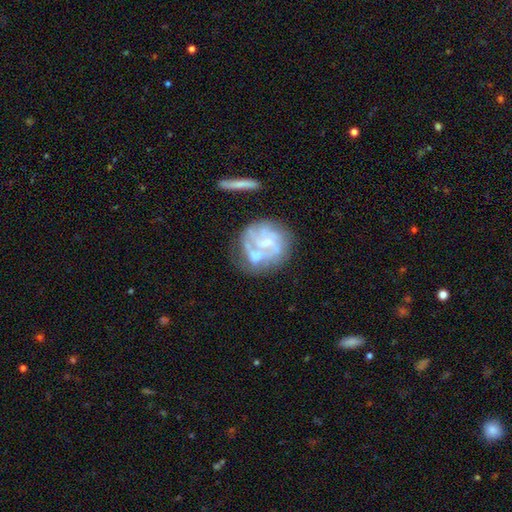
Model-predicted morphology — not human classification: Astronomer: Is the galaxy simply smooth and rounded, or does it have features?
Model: featured or disk — 75%.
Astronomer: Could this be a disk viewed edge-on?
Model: no — 98%.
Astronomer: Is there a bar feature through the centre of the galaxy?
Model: no — 56% (runner-up: weak, 35%).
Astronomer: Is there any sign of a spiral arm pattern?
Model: yes — 73%.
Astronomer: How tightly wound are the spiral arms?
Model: tight — 45% (runner-up: medium, 39%).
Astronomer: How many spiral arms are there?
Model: can't tell — 36% (runner-up: 3, 25%).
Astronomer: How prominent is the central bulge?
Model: small — 52% (runner-up: moderate, 34%).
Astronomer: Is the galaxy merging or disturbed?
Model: none — 49%.